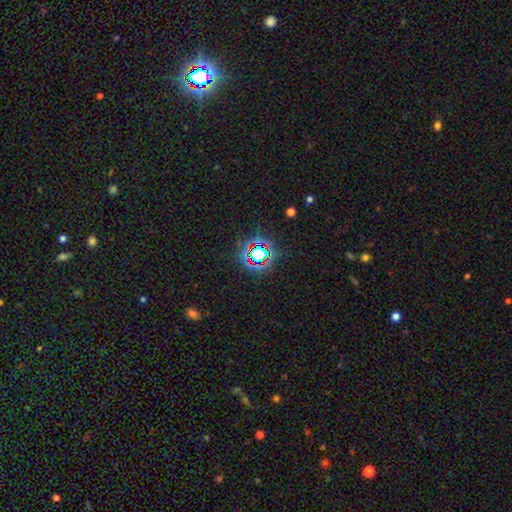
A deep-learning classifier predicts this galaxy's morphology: A star or artifact, not a galaxy (68%).

Vote fractions:
- Smooth or featured? star or artifact: 68% / smooth: 21% / featured or disk: 11%